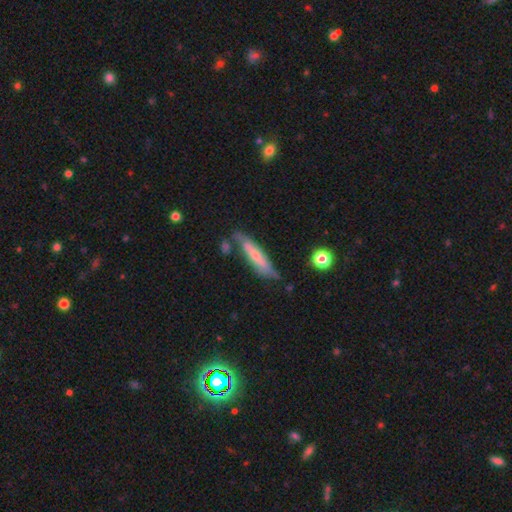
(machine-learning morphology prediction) The model was most divided on "smooth or featured": smooth: 53%, featured or disk: 41%, star or artifact: 6%. More confident: how rounded — cigar-shaped (84%); merging — none (64%).